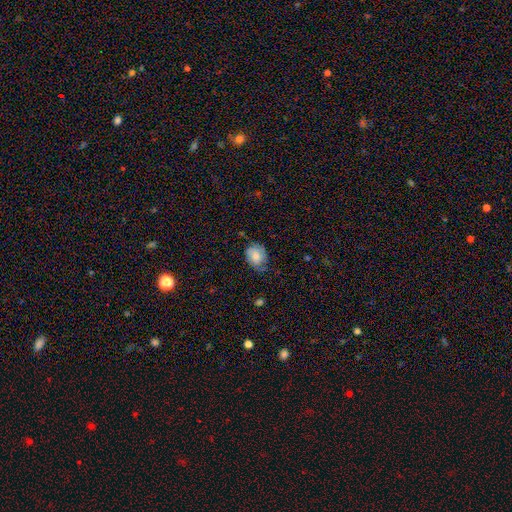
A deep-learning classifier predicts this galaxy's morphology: Smooth or featured? Predicted: smooth (p=0.60). How rounded? Predicted: in between (p=0.54). Merging? Predicted: none (p=0.56).